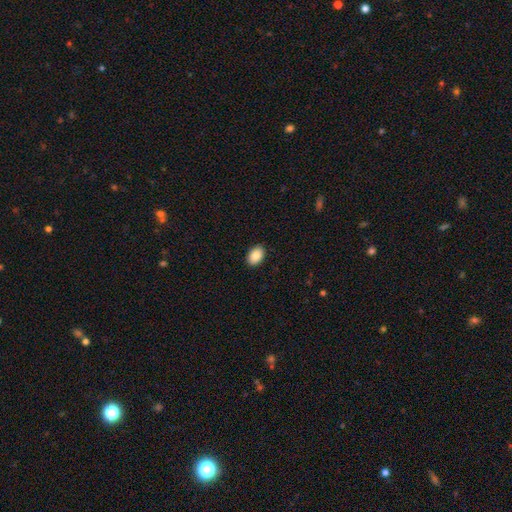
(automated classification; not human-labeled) Morphology: type=smooth (87%); roundness=in between (88%); merging=none (90%).